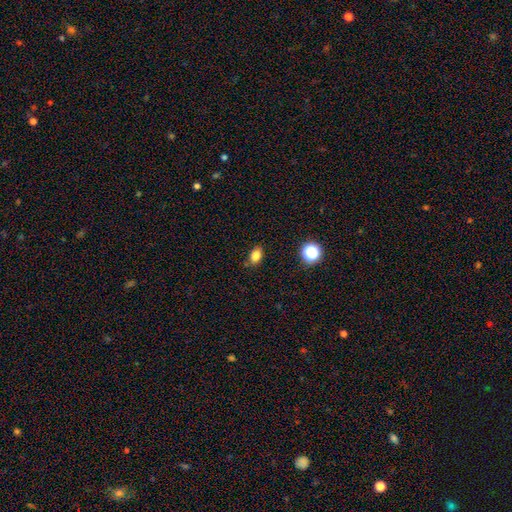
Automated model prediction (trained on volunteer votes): Smooth or featured? Predicted: smooth (p=0.82). How rounded? Predicted: in between (p=0.82). Merging? Predicted: none (p=0.84).